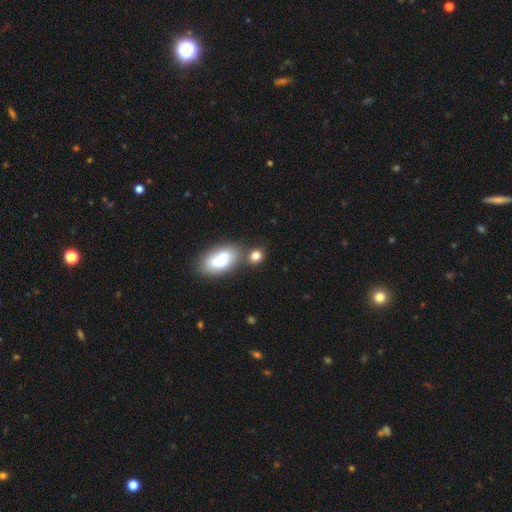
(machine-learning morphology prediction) Smooth or featured? Predicted: smooth (p=0.81). How rounded? Predicted: round (p=0.55). Merging? Predicted: none (p=0.59).